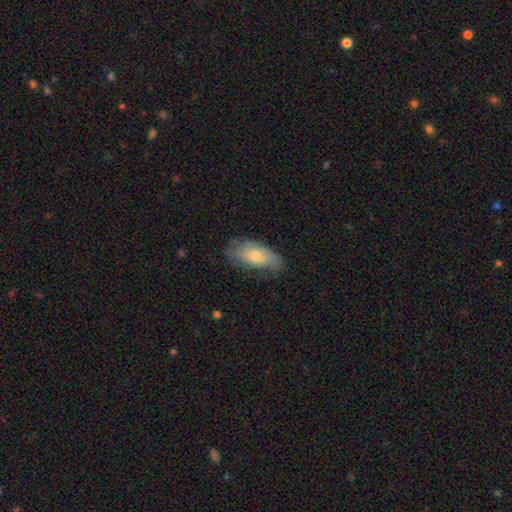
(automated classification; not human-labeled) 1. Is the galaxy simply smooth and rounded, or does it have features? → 58% smooth, 35% featured or disk, 7% star or artifact.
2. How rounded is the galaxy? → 88% in between, 8% cigar-shaped, 4% round.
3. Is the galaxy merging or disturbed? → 59% none, 29% minor disturbance, 11% major disturbance, 1% merger.